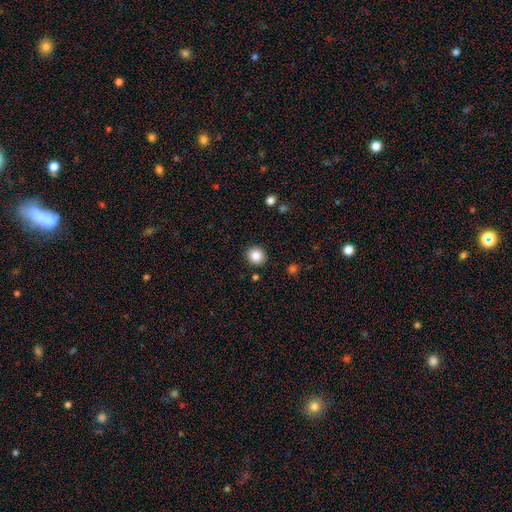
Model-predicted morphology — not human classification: type=smooth (85%); roundness=round (90%); merging=none (91%).